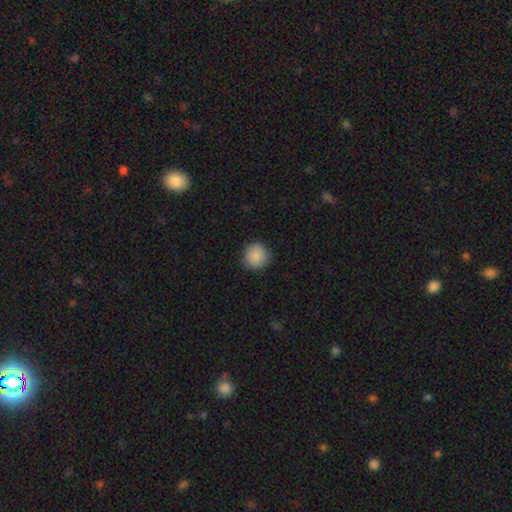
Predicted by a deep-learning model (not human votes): Smooth or featured?
  - smooth: 88% *
  - star or artifact: 8%
  - featured or disk: 4%
How rounded?
  - round: 93% *
  - in between: 6%
  - cigar-shaped: 1%
Merging?
  - none: 88% *
  - minor disturbance: 9%
  - major disturbance: 2%
  - merger: 1%